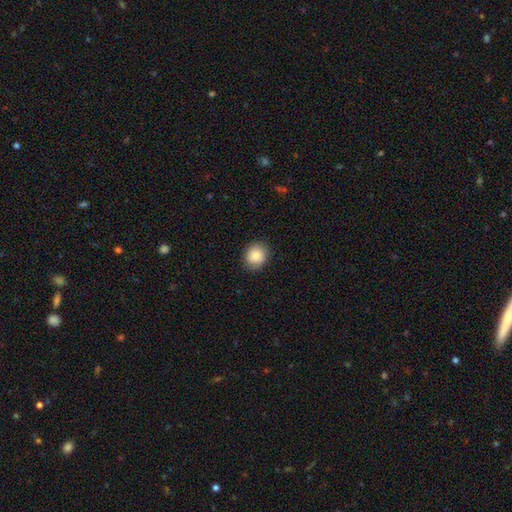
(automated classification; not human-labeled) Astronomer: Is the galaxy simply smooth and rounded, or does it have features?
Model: smooth — 86%.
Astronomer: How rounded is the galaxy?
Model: round — 80%.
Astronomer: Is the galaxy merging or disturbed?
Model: none — 86%.